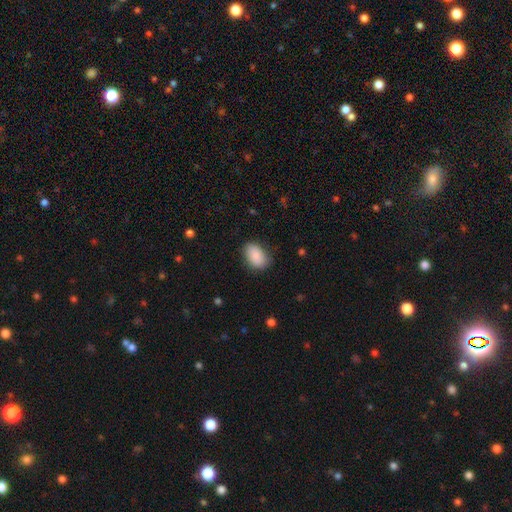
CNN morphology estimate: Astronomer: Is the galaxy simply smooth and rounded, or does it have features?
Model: smooth — 87%.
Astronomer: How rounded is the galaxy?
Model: in between — 88%.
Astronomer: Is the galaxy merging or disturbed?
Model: none — 79%.